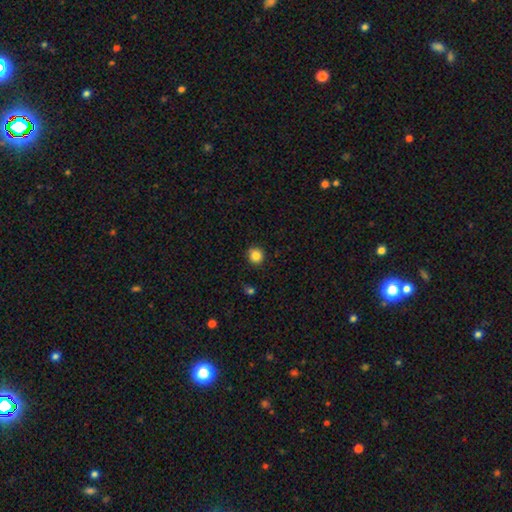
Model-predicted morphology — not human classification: Overall: smooth (84%). How rounded: round (91%). Merging: none (89%).